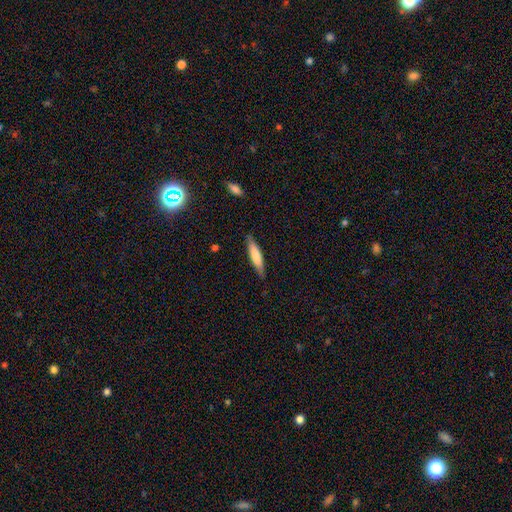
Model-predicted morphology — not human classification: Smooth or featured: smooth — 70% (featured or disk — 25%)
How rounded: cigar-shaped — 82% (in between — 17%)
Merging: none — 85% (minor disturbance — 12%)